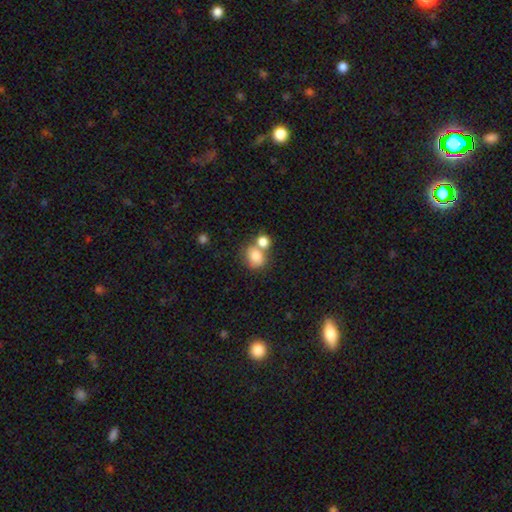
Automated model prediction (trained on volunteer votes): This is clearly a smooth galaxy (80%). How rounded: likely round (65%). Merging: marginally merger (42%).